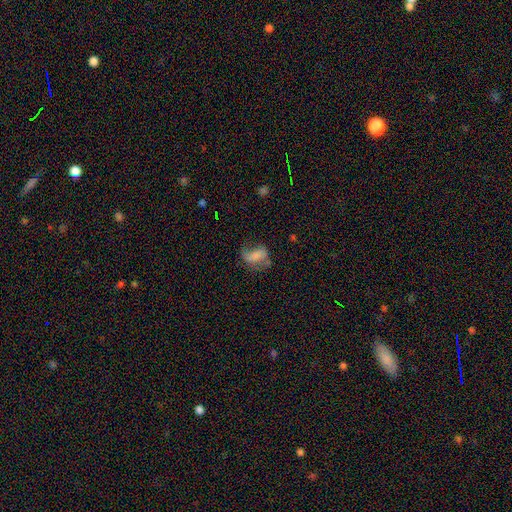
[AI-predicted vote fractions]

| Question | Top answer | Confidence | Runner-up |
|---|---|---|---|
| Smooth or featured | featured or disk | 45% | smooth (44%) |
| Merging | none | 42% | major disturbance (27%) |